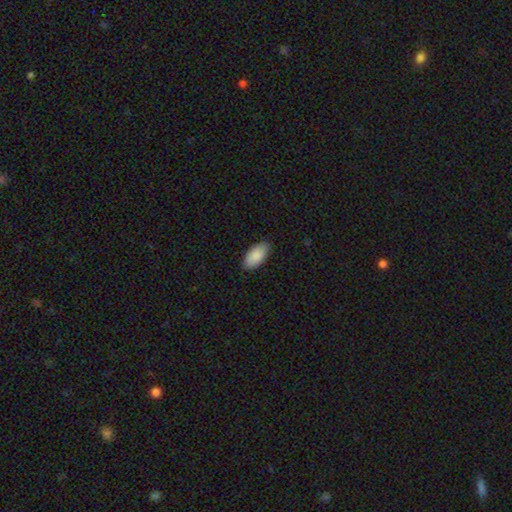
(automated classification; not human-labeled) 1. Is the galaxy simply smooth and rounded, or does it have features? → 89% smooth, 6% star or artifact, 5% featured or disk.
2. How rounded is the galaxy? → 95% in between, 3% cigar-shaped, 2% round.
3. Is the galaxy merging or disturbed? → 85% none, 12% minor disturbance, 2% major disturbance, 1% merger.